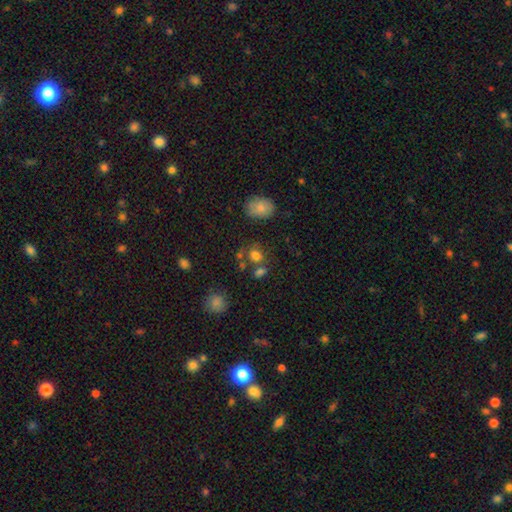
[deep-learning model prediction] Morphology: type=smooth (78%); roundness=round (56%); merging=none (56%).